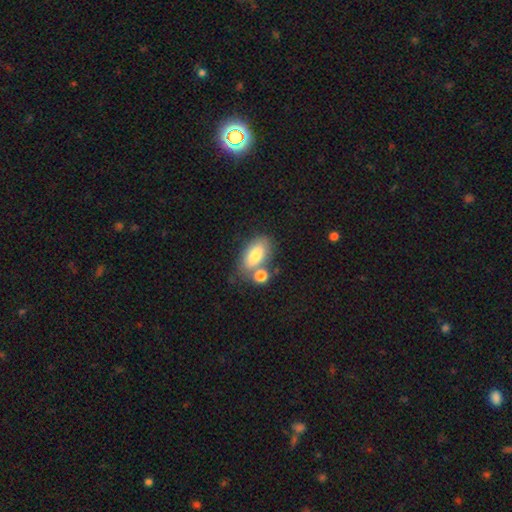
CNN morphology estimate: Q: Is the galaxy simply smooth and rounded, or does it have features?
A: smooth — 79%.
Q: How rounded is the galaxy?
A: in between — 89%.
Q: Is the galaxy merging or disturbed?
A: none — 54%.